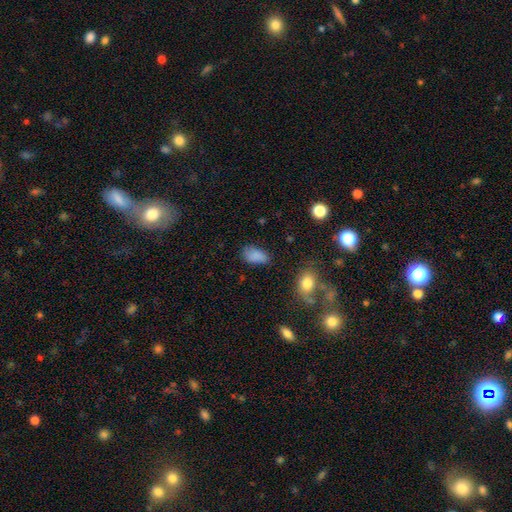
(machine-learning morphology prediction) smooth 83%, star or artifact 10%, featured or disk 6%. Down the decision tree: how rounded — in between (90%); merging — none (63%).